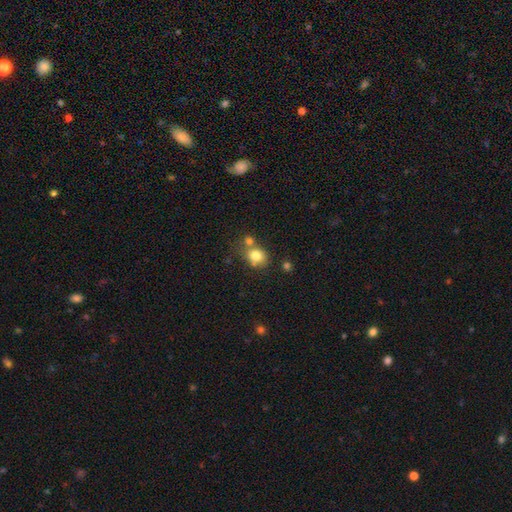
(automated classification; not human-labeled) Smooth or featured: smooth — 79% (star or artifact — 11%)
How rounded: round — 66% (in between — 33%)
Merging: none — 53% (merger — 28%)